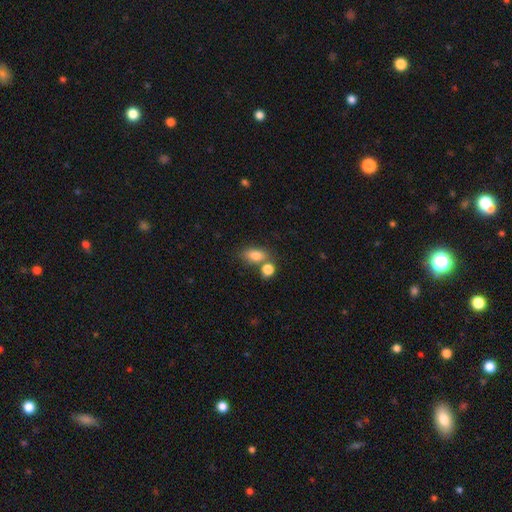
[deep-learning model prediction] smooth 81%, star or artifact 10%, featured or disk 9%. Down the decision tree: how rounded — in between (82%); merging — none (53%).